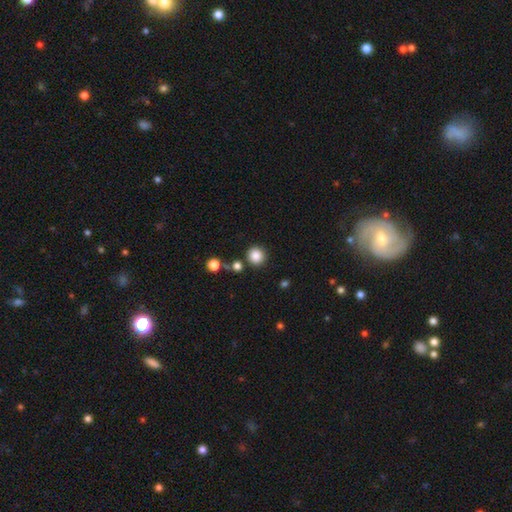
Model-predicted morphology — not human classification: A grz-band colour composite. It shows a smooth galaxy with no disk features (85%) that is round (93%). Merging: none (85%).